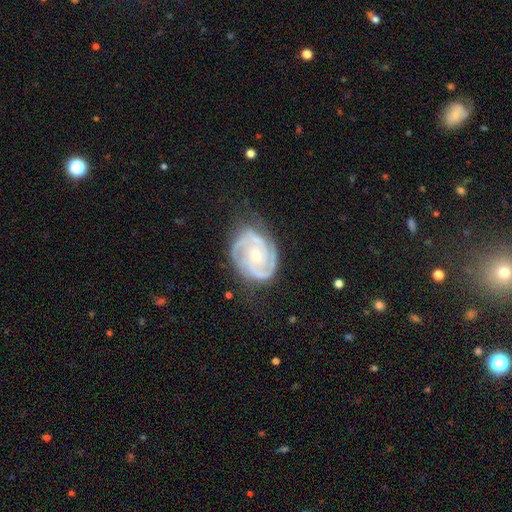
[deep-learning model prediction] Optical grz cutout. It shows a featured or disk galaxy (90%) with no bar (69%), 2 (54%) tight (65%) spiral arms (98%) and a small central bulge (51%). Merging: none (70%).